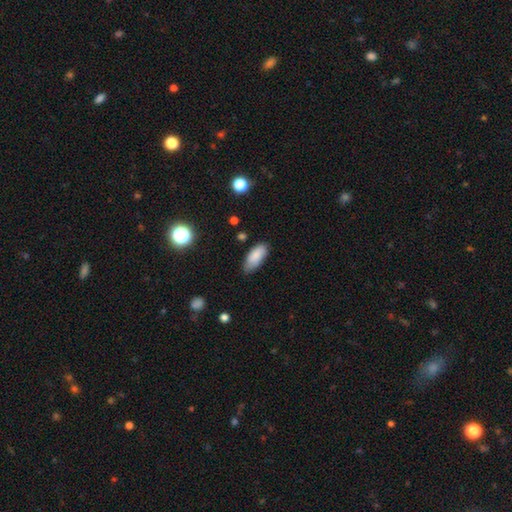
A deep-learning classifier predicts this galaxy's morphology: A smooth galaxy with no disk features (86%) that is in between round and cigar-shaped (85%).

Vote fractions:
- Smooth or featured? smooth: 86% / star or artifact: 7% / featured or disk: 7%
- How rounded? in between: 85% / cigar-shaped: 13% / round: 2%
- Merging? none: 77% / minor disturbance: 19% / major disturbance: 3% / merger: 1%